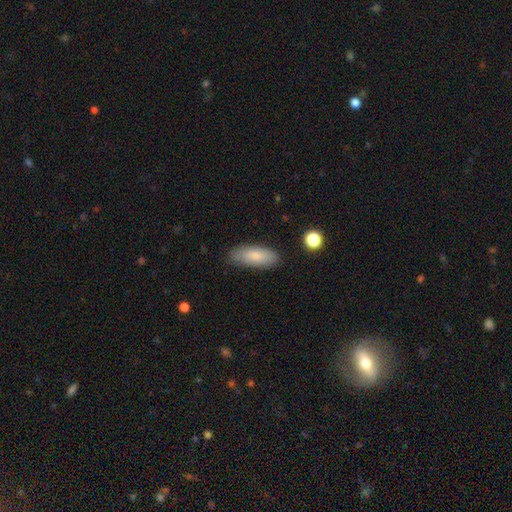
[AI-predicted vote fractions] Smooth or featured? Predicted: smooth (p=0.82). How rounded? Predicted: in between (p=0.73). Merging? Predicted: none (p=0.83).